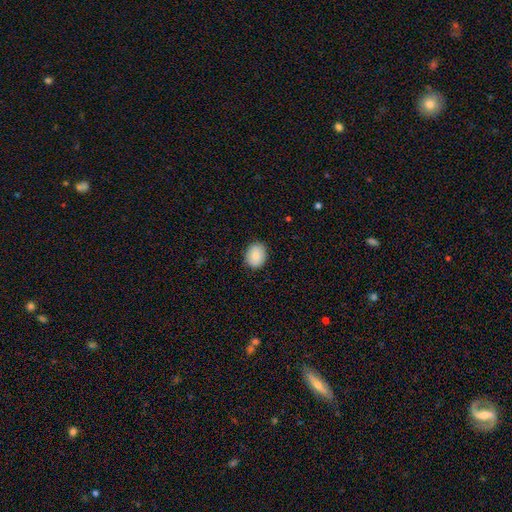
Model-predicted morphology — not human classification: Q: Smooth or featured?
A: smooth (85%); runner-up: featured or disk (7%)
Q: How rounded?
A: round (56%); runner-up: in between (43%)
Q: Merging?
A: none (88%); runner-up: minor disturbance (9%)